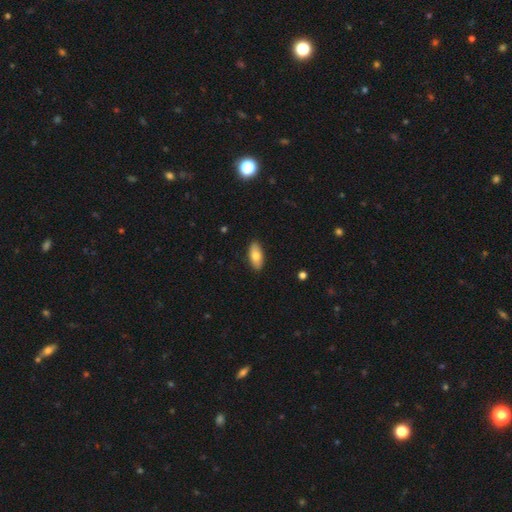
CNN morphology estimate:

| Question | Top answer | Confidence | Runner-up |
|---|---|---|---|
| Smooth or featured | smooth | 77% | featured or disk (17%) |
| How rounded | in between | 86% | cigar-shaped (12%) |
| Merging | none | 89% | minor disturbance (8%) |